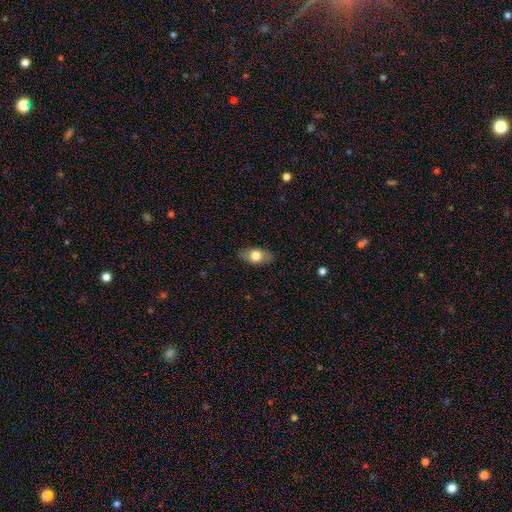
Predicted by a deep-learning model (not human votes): A smooth galaxy with no disk features (73%) that is in between round and cigar-shaped (89%).

Vote fractions:
- Smooth or featured? smooth: 73% / featured or disk: 21% / star or artifact: 6%
- How rounded? in between: 89% / round: 7% / cigar-shaped: 4%
- Merging? none: 86% / minor disturbance: 11% / major disturbance: 3% / merger: 1%